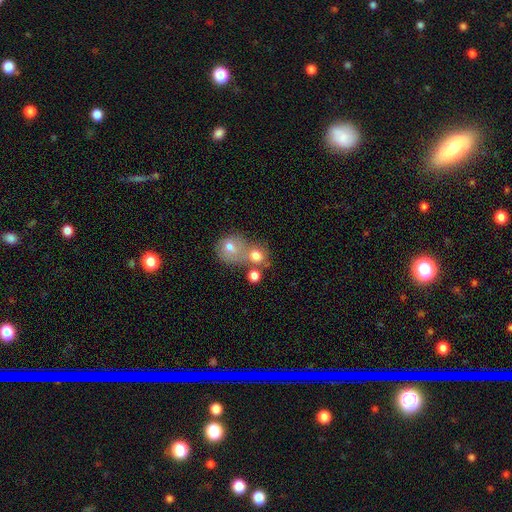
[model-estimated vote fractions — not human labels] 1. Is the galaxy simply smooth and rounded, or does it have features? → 74% smooth, 14% featured or disk, 11% star or artifact.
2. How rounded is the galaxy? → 74% round, 25% in between, 1% cigar-shaped.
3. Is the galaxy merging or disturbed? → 48% merger, 37% none, 9% minor disturbance, 5% major disturbance.